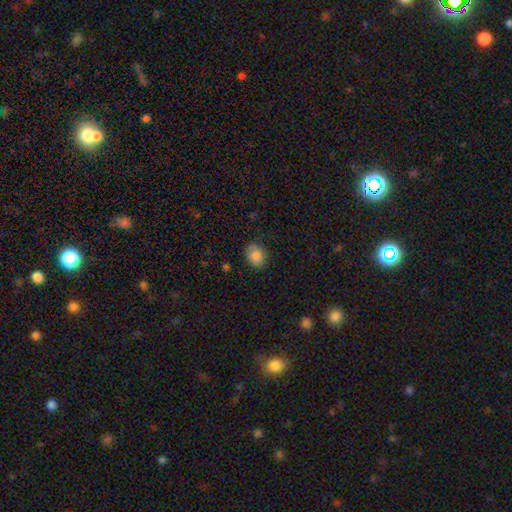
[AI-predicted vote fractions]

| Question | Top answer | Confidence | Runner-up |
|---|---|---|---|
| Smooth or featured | smooth | 86% | star or artifact (8%) |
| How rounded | in between | 57% | round (42%) |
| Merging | none | 79% | minor disturbance (17%) |